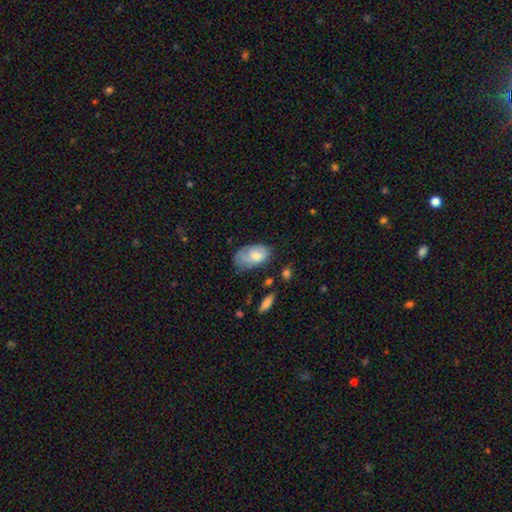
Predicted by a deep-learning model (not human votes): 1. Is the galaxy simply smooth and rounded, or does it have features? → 68% smooth, 25% featured or disk, 6% star or artifact.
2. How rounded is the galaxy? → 93% in between, 6% round, 2% cigar-shaped.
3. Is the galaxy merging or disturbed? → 46% none, 37% minor disturbance, 15% major disturbance, 3% merger.